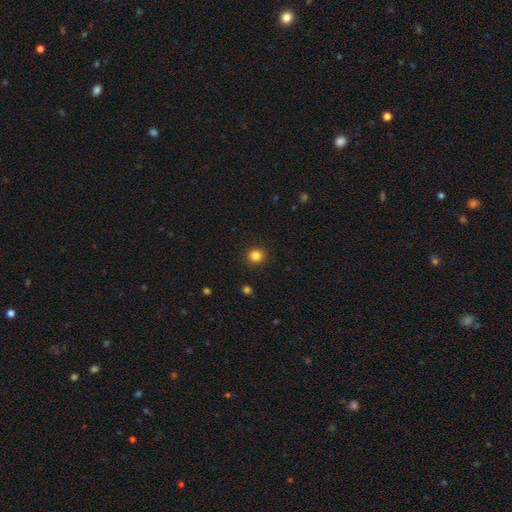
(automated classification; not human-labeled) A smooth galaxy with no disk features (84%) that is round (86%). Merging: none (91%).